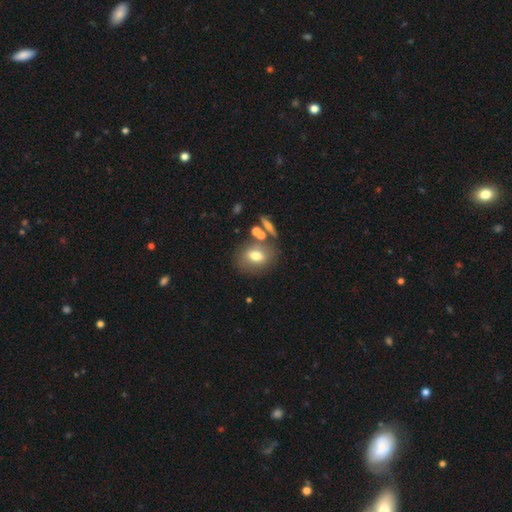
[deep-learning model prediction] Q: Smooth or featured?
A: smooth (67%); runner-up: featured or disk (22%)
Q: How rounded?
A: in between (60%); runner-up: round (38%)
Q: Merging?
A: none (65%); runner-up: merger (16%)